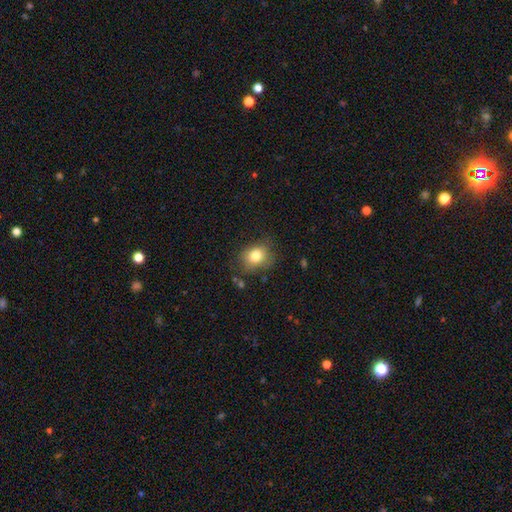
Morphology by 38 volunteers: smooth-or-featured: smooth: 89% | featured or disk: 8% | star or artifact: 3%
  how-rounded: round: 53% | in between: 47% | cigar-shaped: 0%
  merging: none: 68% | minor disturbance: 24% | major disturbance: 8% | merger: 0%